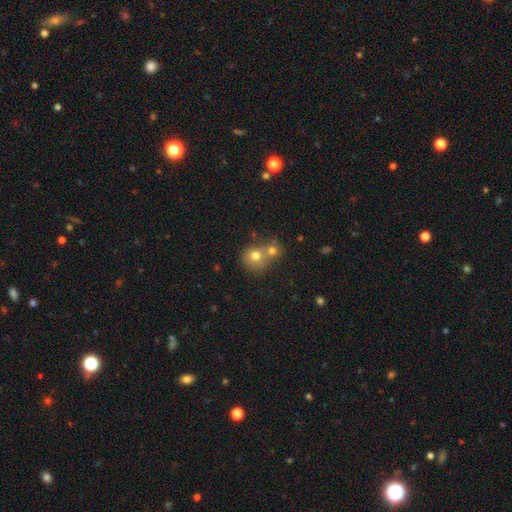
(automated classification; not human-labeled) Smooth or featured? smooth (71%)
How rounded? round (80%)
Merging? merger (56%)